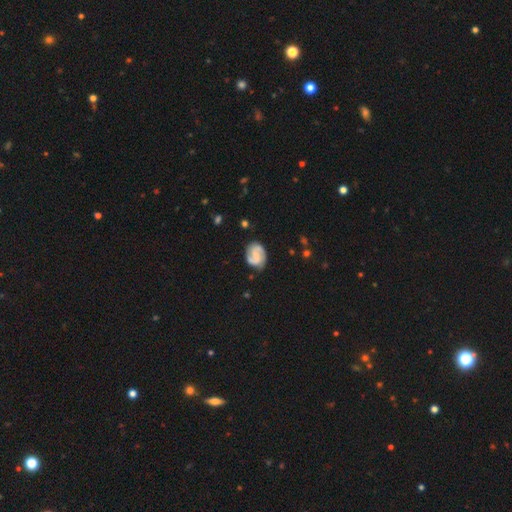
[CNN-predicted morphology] type=featured or disk (72%); edge-on=no (98%); bar=no (43%); spiral arms=yes (94%); winding=medium (44%); arm count=2 (79%); bulge=none (49%); merging=none (75%).